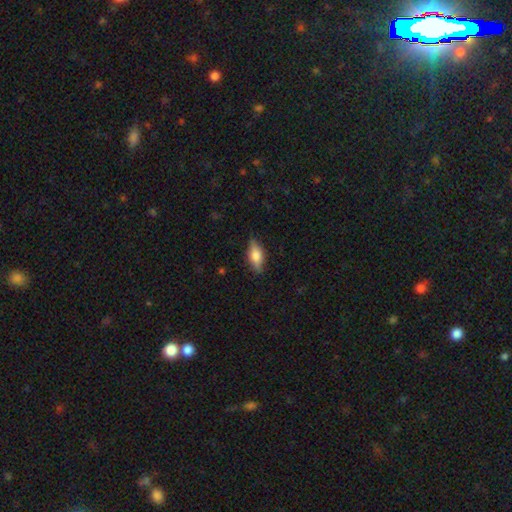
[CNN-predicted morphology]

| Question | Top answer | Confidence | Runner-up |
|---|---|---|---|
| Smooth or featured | smooth | 60% | featured or disk (33%) |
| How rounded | in between | 74% | cigar-shaped (23%) |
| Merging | none | 83% | minor disturbance (13%) |